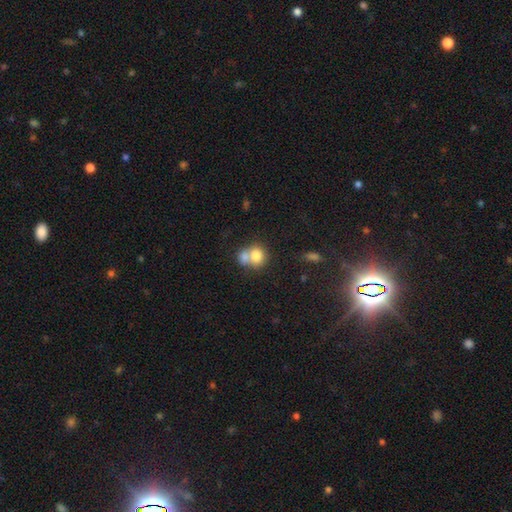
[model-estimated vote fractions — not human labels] Q: Smooth or featured?
A: smooth (77%); runner-up: featured or disk (14%)
Q: How rounded?
A: round (68%); runner-up: in between (31%)
Q: Merging?
A: merger (61%); runner-up: none (29%)